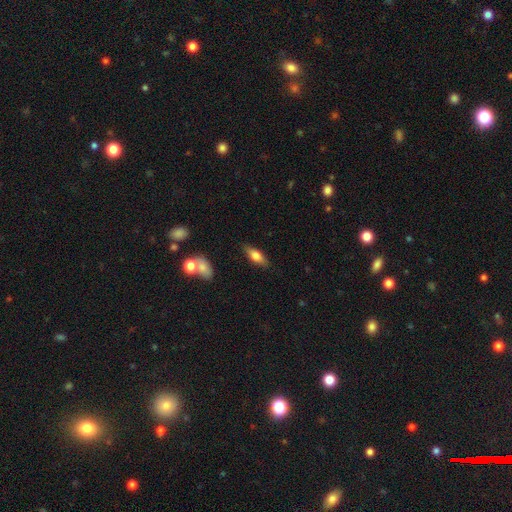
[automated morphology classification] Overall: smooth (64%; featured or disk 29%). How rounded: in between (65%; cigar-shaped 32%). Merging: none (84%).